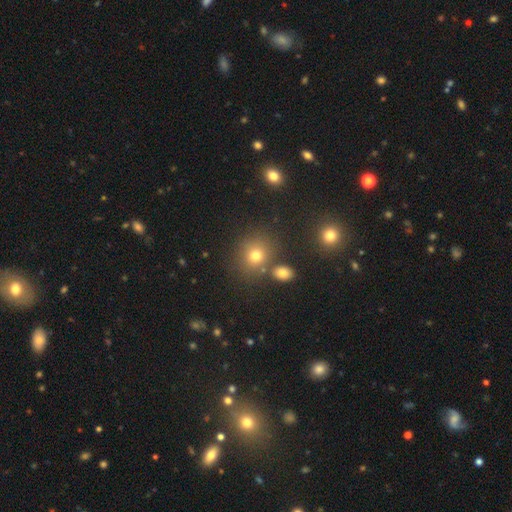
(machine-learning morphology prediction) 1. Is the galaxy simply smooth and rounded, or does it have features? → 72% smooth, 18% star or artifact, 9% featured or disk.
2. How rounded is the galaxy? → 74% round, 25% in between, 1% cigar-shaped.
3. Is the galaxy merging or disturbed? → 73% none, 12% merger, 11% minor disturbance, 4% major disturbance.